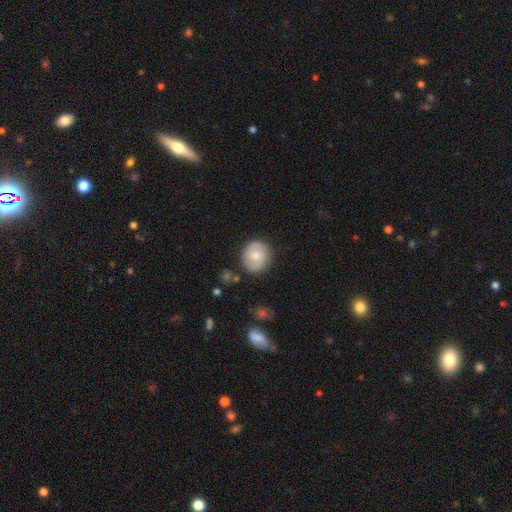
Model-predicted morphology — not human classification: Smooth or featured? Predicted: smooth (p=0.66). How rounded? Predicted: round (p=0.83). Merging? Predicted: none (p=0.84).